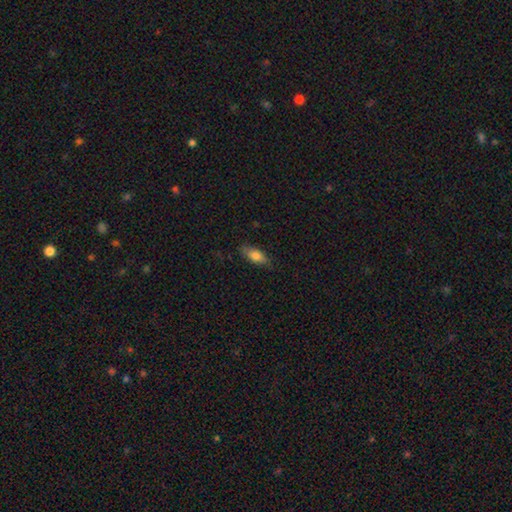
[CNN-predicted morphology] smooth 77%, featured or disk 16%, star or artifact 7%. Down the decision tree: how rounded — in between (78%); merging — none (80%).